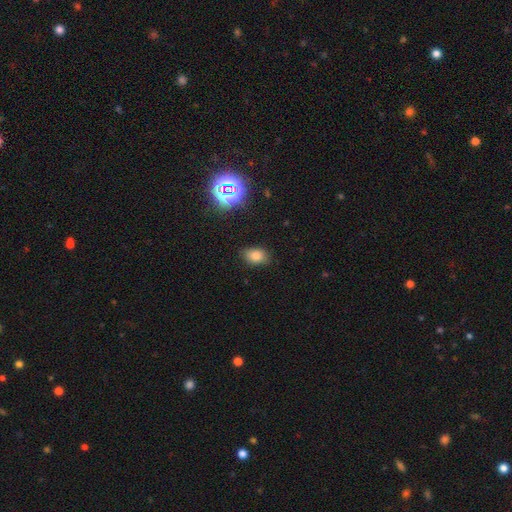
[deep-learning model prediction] Smooth or featured?
  - smooth: 77% *
  - star or artifact: 16%
  - featured or disk: 7%
How rounded?
  - in between: 77% *
  - round: 22%
  - cigar-shaped: 1%
Merging?
  - none: 83% *
  - minor disturbance: 13%
  - major disturbance: 3%
  - merger: 1%